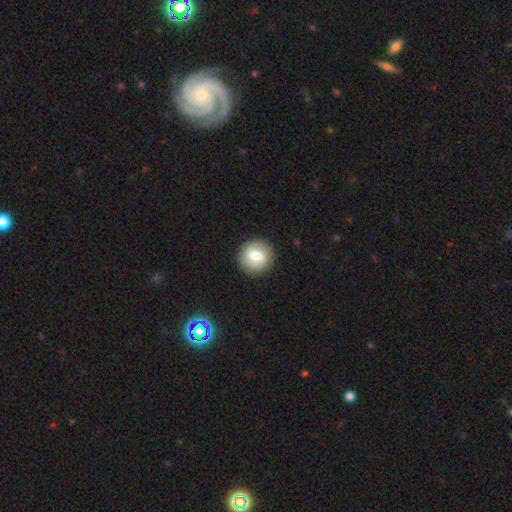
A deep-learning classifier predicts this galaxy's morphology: Smooth or featured? smooth (74%)
How rounded? round (91%)
Merging? none (91%)